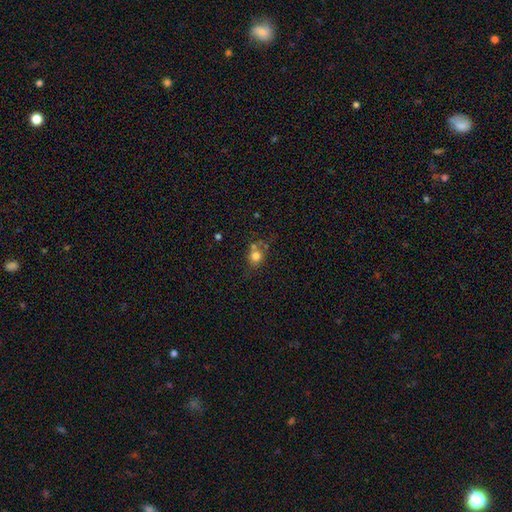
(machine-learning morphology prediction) Q: Smooth or featured?
A: smooth (76%); runner-up: star or artifact (13%)
Q: How rounded?
A: round (73%); runner-up: in between (26%)
Q: Merging?
A: none (55%); runner-up: merger (23%)